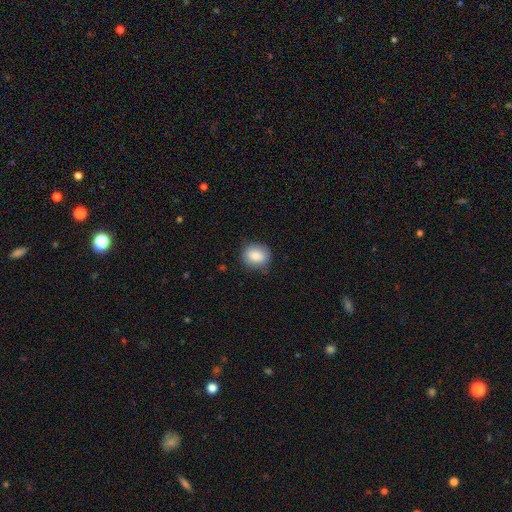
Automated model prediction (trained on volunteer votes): smooth-or-featured: smooth: 84% | featured or disk: 8% | star or artifact: 8%
  how-rounded: round: 70% | in between: 29% | cigar-shaped: 1%
  merging: none: 81% | minor disturbance: 15% | major disturbance: 3% | merger: 1%